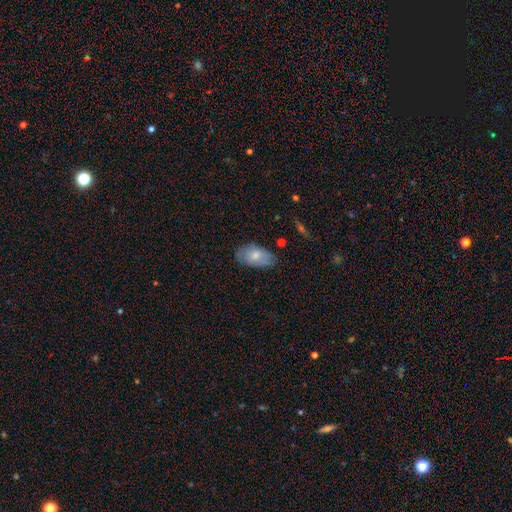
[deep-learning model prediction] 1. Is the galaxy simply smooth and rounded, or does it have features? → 73% smooth, 20% featured or disk, 6% star or artifact.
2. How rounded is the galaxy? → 93% in between, 5% round, 2% cigar-shaped.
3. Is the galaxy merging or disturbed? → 72% none, 22% minor disturbance, 4% major disturbance, 2% merger.